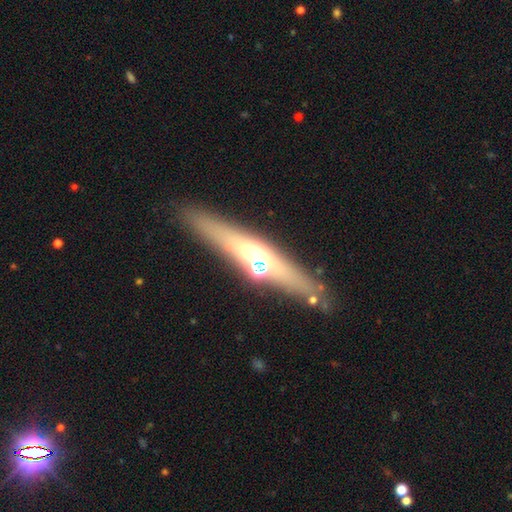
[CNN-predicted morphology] Smooth or featured? Predicted: featured or disk (p=0.54). Edge-on disk? Predicted: yes (p=0.86). Merging? Predicted: none (p=0.83).